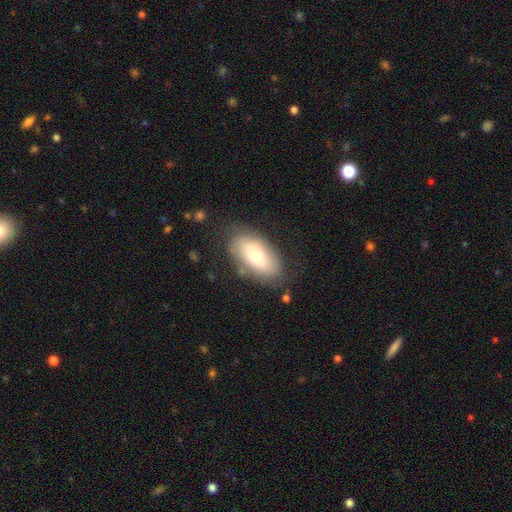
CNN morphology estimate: Smooth or featured? Predicted: smooth (p=0.68). How rounded? Predicted: in between (p=0.93). Merging? Predicted: none (p=0.72).